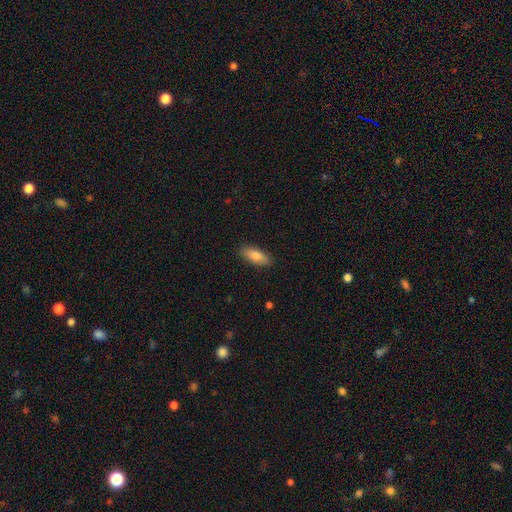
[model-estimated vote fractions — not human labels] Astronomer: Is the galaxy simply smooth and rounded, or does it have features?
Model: smooth — 85%.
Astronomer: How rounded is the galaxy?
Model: in between — 73%.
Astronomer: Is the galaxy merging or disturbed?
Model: none — 88%.